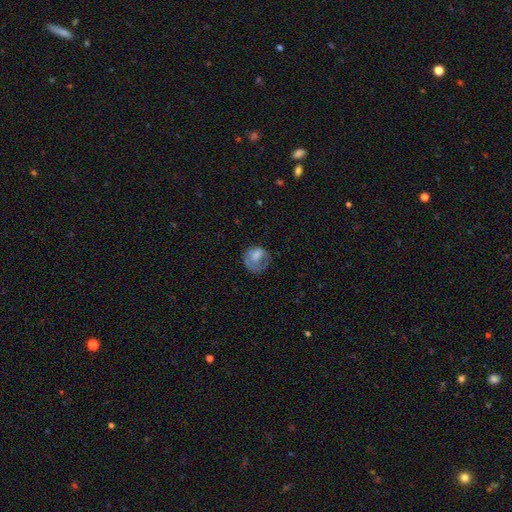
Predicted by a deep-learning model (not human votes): smooth_or_featured: smooth (p=0.65) [alt: featured or disk p=0.26]
how_rounded: round (p=0.65) [alt: in between p=0.34]
merging: none (p=0.42) [alt: major disturbance p=0.31]